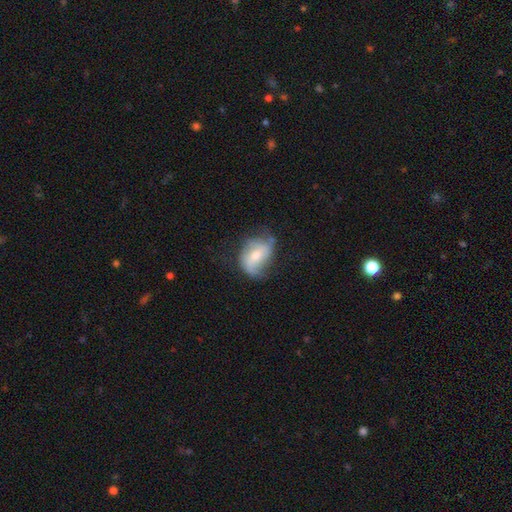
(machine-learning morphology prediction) A featured or disk galaxy (56%) with a weak bar (41%), spiral arms (77%) and a moderate central bulge (51%).

Vote fractions:
- Smooth or featured? featured or disk: 56% / smooth: 36% / star or artifact: 8%
- Edge-on disk? no: 95% / yes: 5%
- Bar? weak: 41% / no: 40% / strong: 19%
- Spiral arms? yes: 77% / no: 23%
- Bulge size? moderate: 51% / small: 42% / large: 4% / none: 3% / dominant: 1%
- Merging? none: 48% / minor disturbance: 32% / major disturbance: 18% / merger: 2%